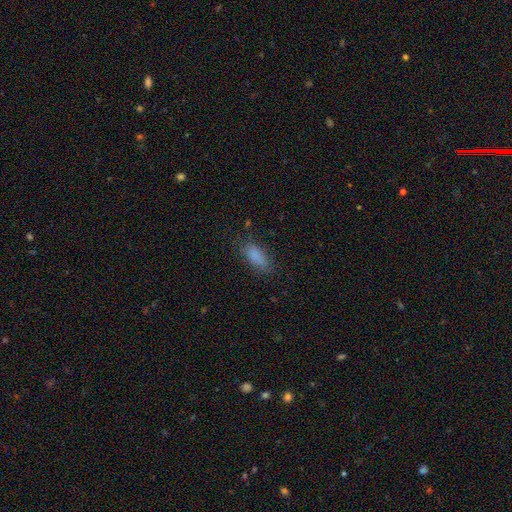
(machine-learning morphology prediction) This appears to be a smooth galaxy with no disk features (84%) that is in between round and cigar-shaped (81%). Merging: none (75%).